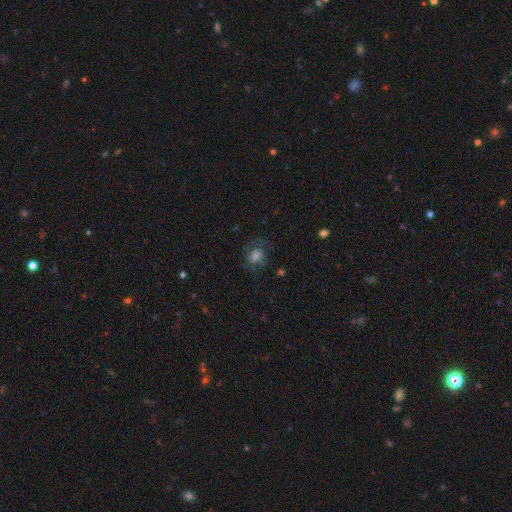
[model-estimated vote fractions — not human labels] smooth-or-featured: smooth: 46% | featured or disk: 39% | star or artifact: 15%
  merging: none: 61% | minor disturbance: 19% | major disturbance: 18% | merger: 2%